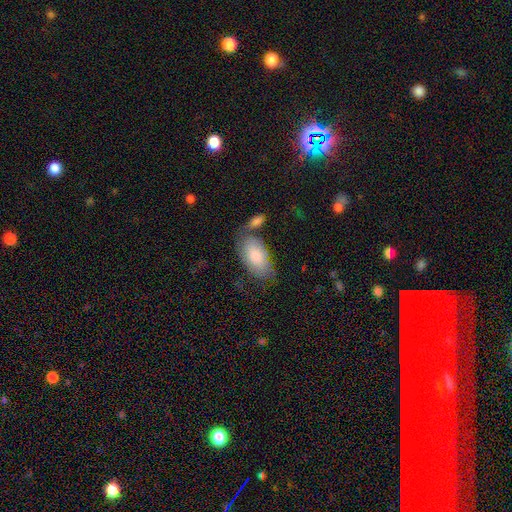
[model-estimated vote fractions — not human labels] Smooth or featured? Predicted: smooth (p=0.80). How rounded? Predicted: in between (p=0.95). Merging? Predicted: none (p=0.54).